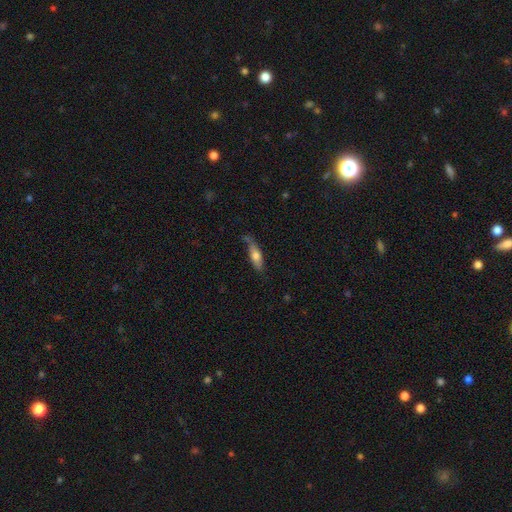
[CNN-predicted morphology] A smooth galaxy with no disk features (64%) that is cigar-shaped (51%).

Vote fractions:
- Smooth or featured? smooth: 64% / featured or disk: 29% / star or artifact: 6%
- How rounded? cigar-shaped: 51% / in between: 46% / round: 3%
- Merging? none: 57% / minor disturbance: 29% / major disturbance: 9% / merger: 5%